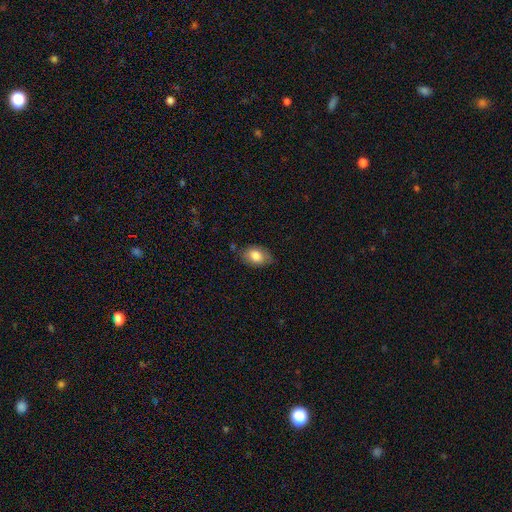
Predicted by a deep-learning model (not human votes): This is clearly a smooth galaxy (80%). How rounded: clearly in between (85%). Merging: likely none (74%).